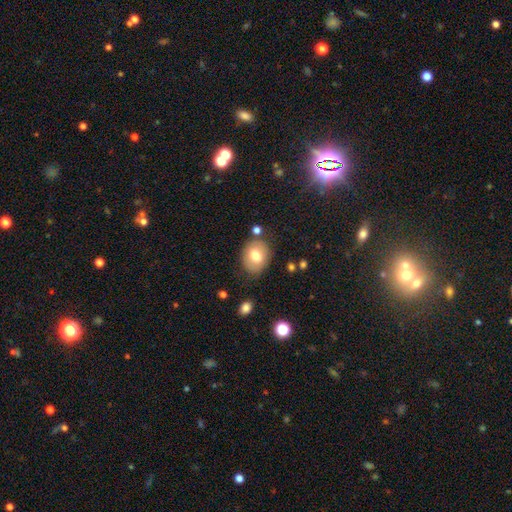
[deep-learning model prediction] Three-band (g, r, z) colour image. It shows a smooth galaxy with no disk features (75%) that is in between round and cigar-shaped (57%). Merging: none (78%).